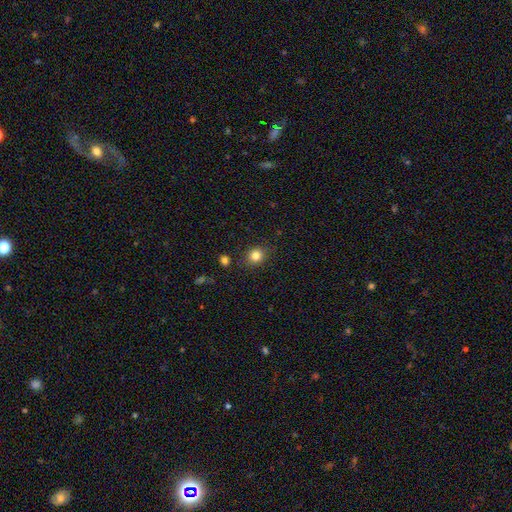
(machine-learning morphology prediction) Smooth or featured? Predicted: smooth (p=0.82). How rounded? Predicted: round (p=0.75). Merging? Predicted: none (p=0.85).